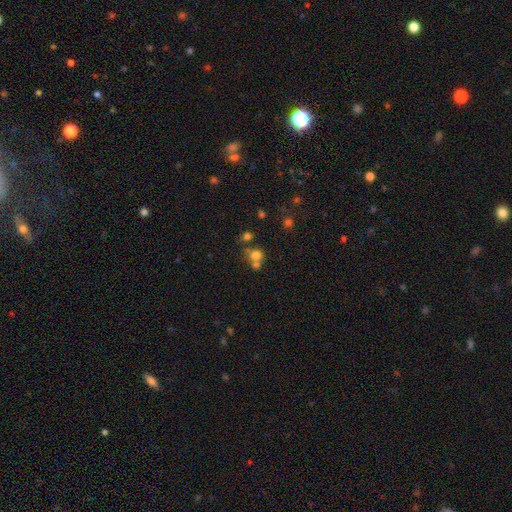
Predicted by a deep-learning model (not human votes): A smooth galaxy with no disk features (70%) that is round (76%).

Vote fractions:
- Smooth or featured? smooth: 70% / star or artifact: 17% / featured or disk: 13%
- How rounded? round: 76% / in between: 23% / cigar-shaped: 1%
- Merging? merger: 45% / none: 41% / minor disturbance: 9% / major disturbance: 5%